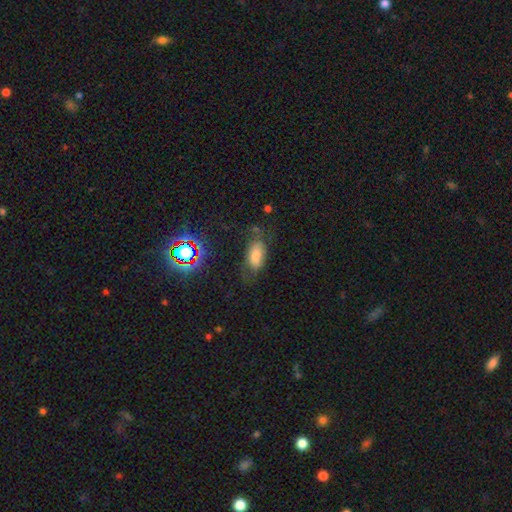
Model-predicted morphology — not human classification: Smooth or featured?
  - smooth: 71% *
  - featured or disk: 15%
  - star or artifact: 14%
How rounded?
  - in between: 90% *
  - cigar-shaped: 7%
  - round: 4%
Merging?
  - none: 56% *
  - minor disturbance: 26%
  - major disturbance: 15%
  - merger: 3%